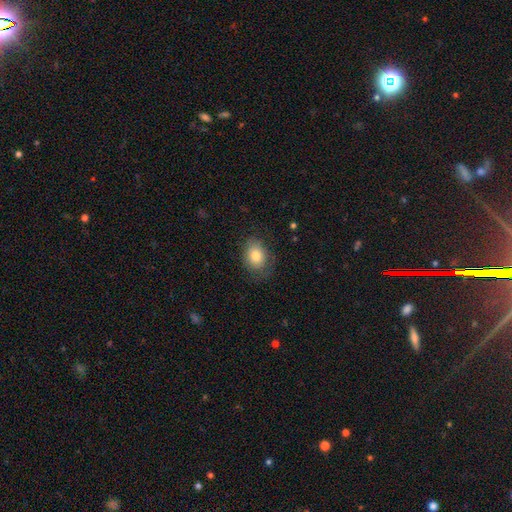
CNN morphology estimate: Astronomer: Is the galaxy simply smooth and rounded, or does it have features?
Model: smooth — 80%.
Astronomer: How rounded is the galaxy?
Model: in between — 70%.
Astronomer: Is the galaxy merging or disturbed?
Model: none — 71%.